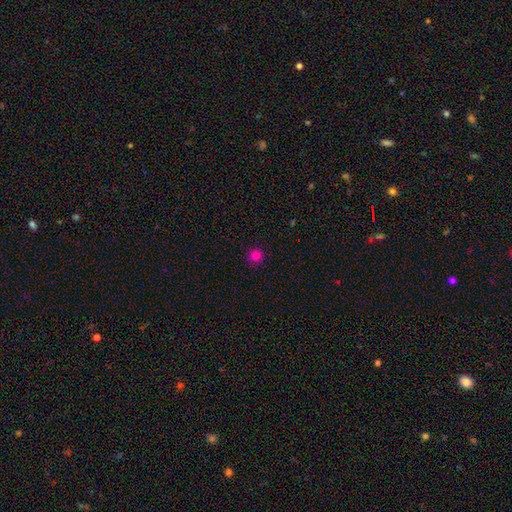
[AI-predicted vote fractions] smooth 81%, star or artifact 16%, featured or disk 3%. Down the decision tree: how rounded — round (95%); merging — none (92%).